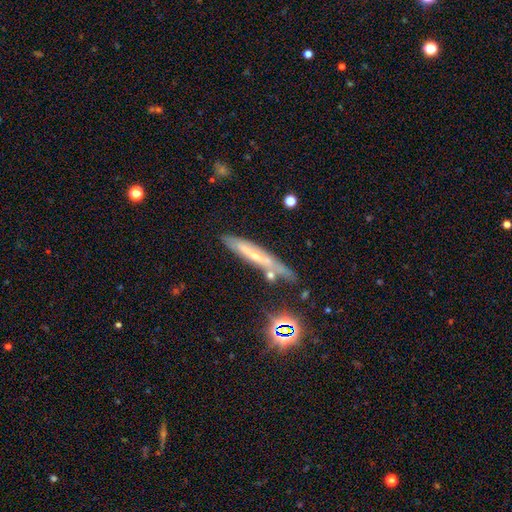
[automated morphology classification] A featured or disk galaxy (52%) viewed edge-on (78%). Merging: none (64%).